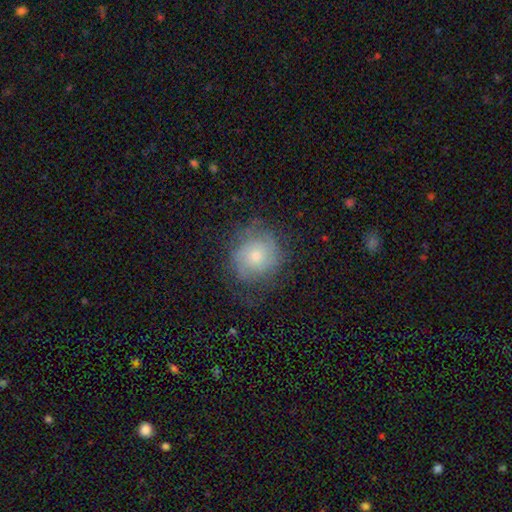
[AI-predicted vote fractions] This is possibly a featured or disk galaxy (50%). Merging: likely none (64%).